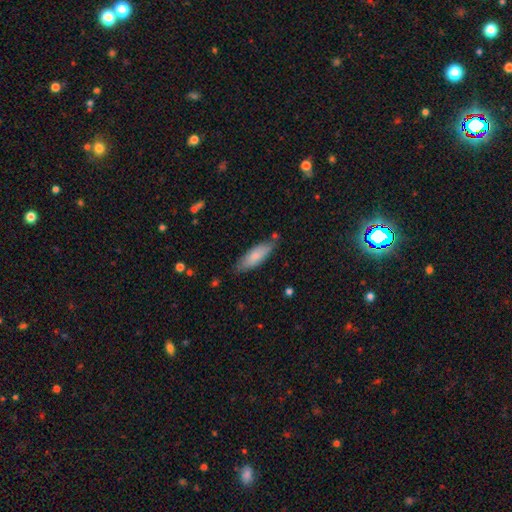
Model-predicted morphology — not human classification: Smooth or featured: smooth — 78% (featured or disk — 16%)
How rounded: in between — 54% (cigar-shaped — 45%)
Merging: none — 76% (minor disturbance — 18%)